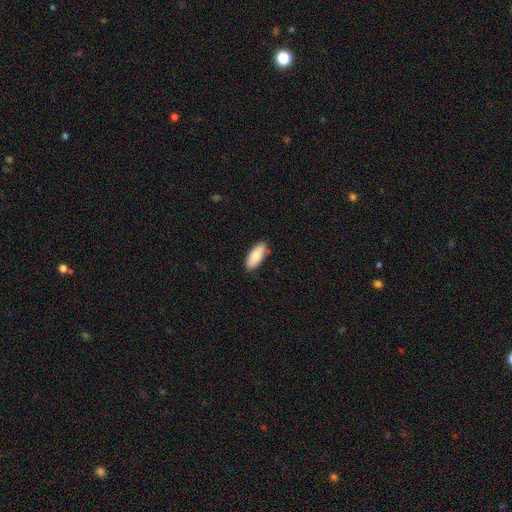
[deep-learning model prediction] A smooth galaxy with no disk features (85%) that is in between round and cigar-shaped (78%). Merging: none (87%).